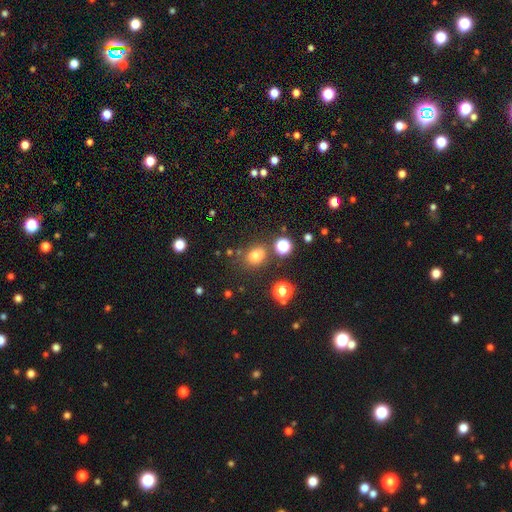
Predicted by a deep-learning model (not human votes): smooth 72%, star or artifact 20%, featured or disk 8%. Down the decision tree: how rounded — round (59%); merging — none (75%).